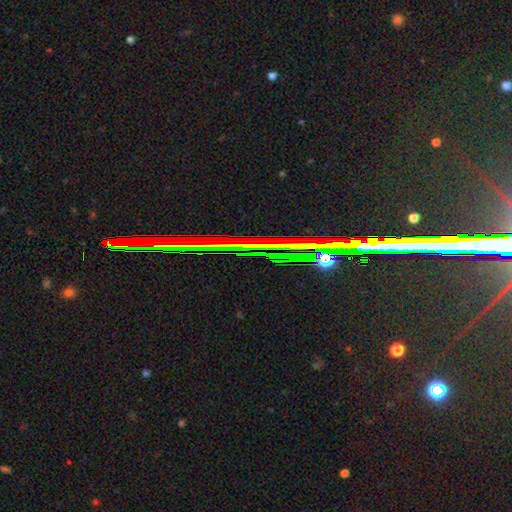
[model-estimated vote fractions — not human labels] Smooth or featured? star or artifact (77%)